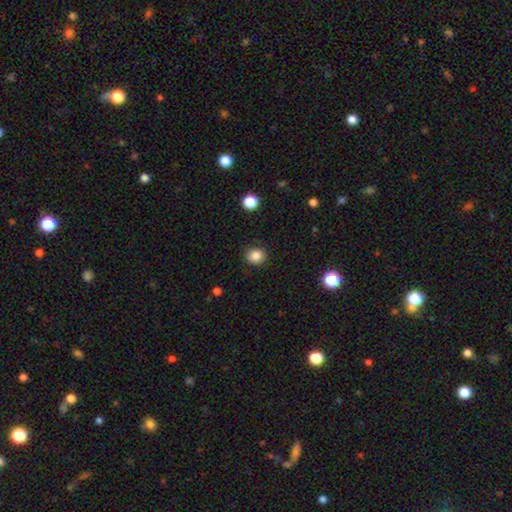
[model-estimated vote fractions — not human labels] A smooth galaxy with no disk features (86%) that is round (78%). Merging: none (87%).